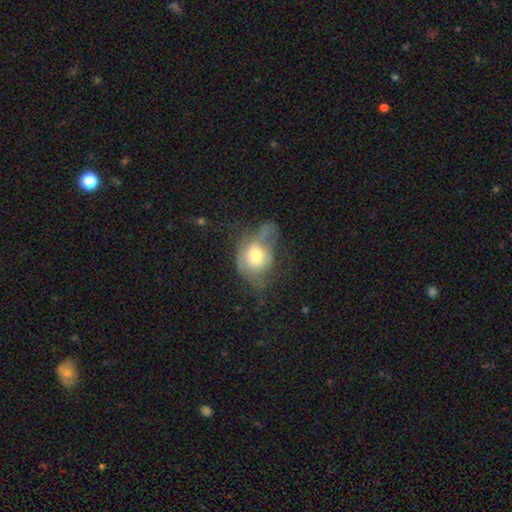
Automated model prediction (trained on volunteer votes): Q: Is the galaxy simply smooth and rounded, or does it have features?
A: smooth — 55%.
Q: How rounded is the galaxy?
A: round — 55%.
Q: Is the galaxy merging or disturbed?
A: major disturbance — 45%.